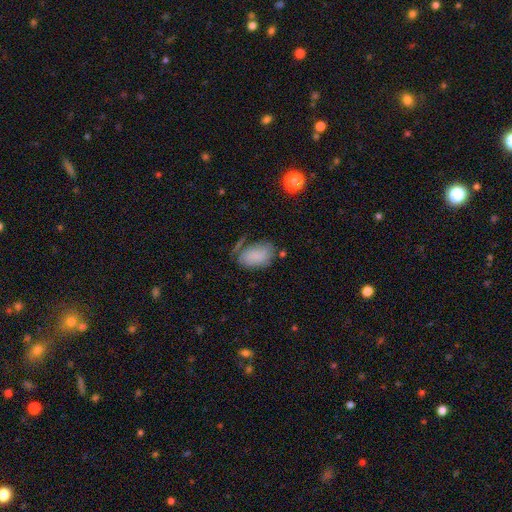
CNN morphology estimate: smooth_or_featured: smooth (p=0.74) [alt: featured or disk p=0.17]
how_rounded: in between (p=0.90) [alt: round p=0.09]
merging: none (p=0.54) [alt: minor disturbance p=0.26]